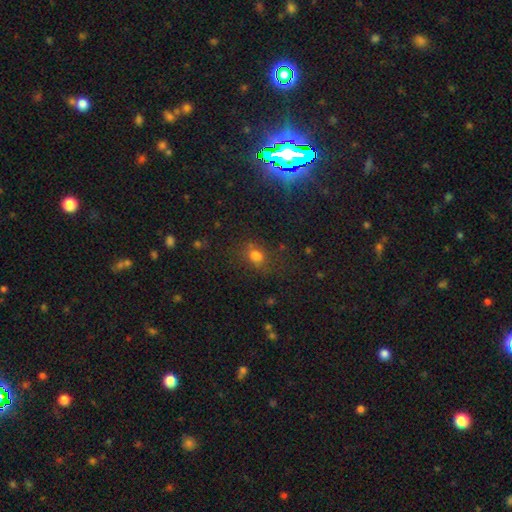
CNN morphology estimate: Q: Smooth or featured?
A: smooth (69%); runner-up: star or artifact (21%)
Q: How rounded?
A: in between (53%); runner-up: round (45%)
Q: Merging?
A: none (65%); runner-up: minor disturbance (18%)